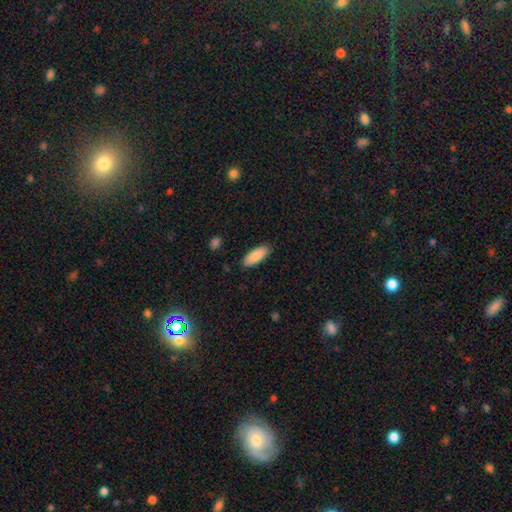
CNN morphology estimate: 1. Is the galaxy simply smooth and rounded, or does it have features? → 87% smooth, 7% featured or disk, 6% star or artifact.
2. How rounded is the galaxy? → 77% in between, 21% cigar-shaped, 2% round.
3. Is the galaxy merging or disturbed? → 89% none, 8% minor disturbance, 2% major disturbance, 1% merger.